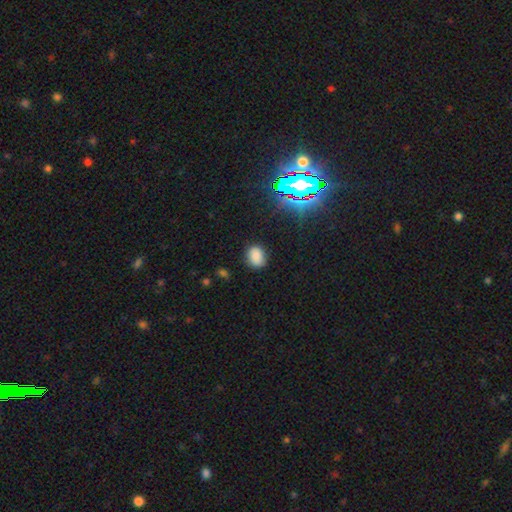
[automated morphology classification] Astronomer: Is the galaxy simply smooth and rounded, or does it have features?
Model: smooth — 80%.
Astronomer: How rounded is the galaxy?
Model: in between — 56% (runner-up: round, 43%).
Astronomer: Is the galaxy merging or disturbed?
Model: none — 82%.